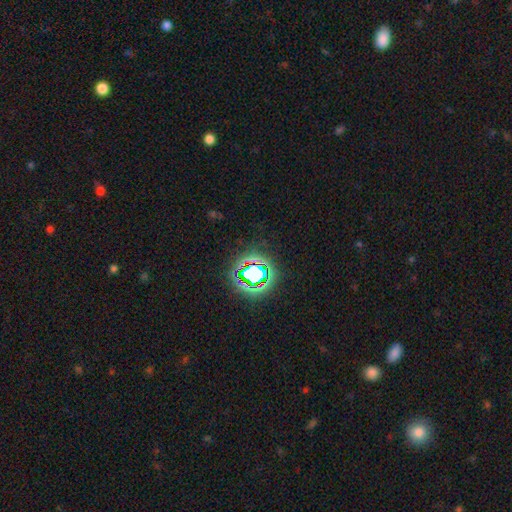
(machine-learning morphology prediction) smooth_or_featured: star or artifact (p=0.79) [alt: smooth p=0.13]